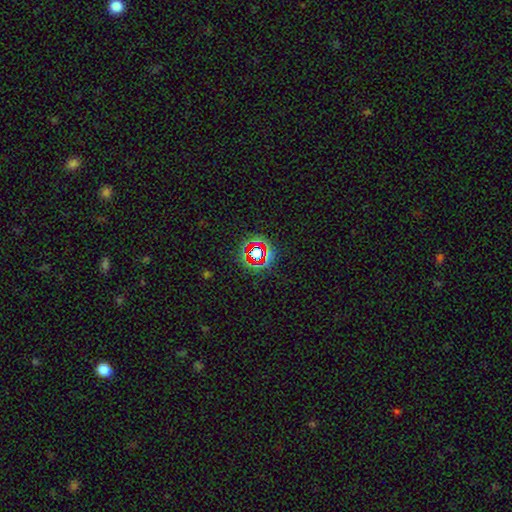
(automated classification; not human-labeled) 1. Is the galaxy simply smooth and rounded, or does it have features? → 71% star or artifact, 19% smooth, 11% featured or disk.